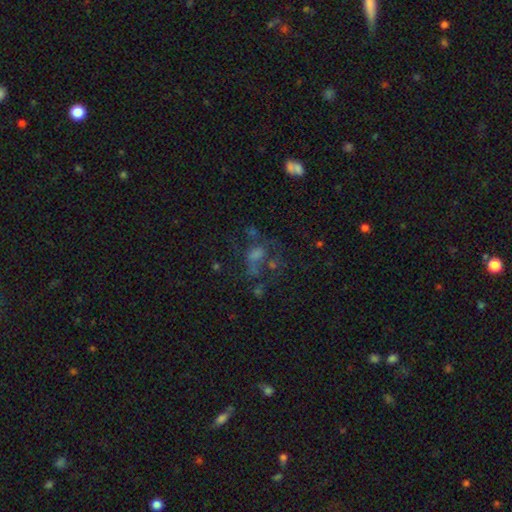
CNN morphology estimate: Smooth or featured? featured or disk (39%)
Merging? none (36%)